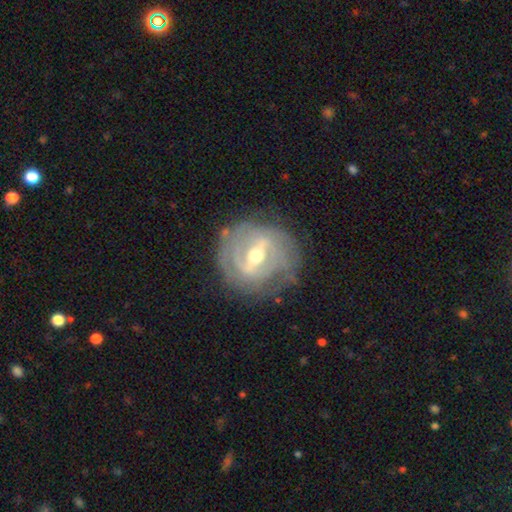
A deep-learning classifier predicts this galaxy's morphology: smooth_or_featured: featured or disk (p=0.85) [alt: smooth p=0.10]
disk_edge_on: no (p=0.94) [alt: yes p=0.06]
bar: strong (p=0.58) [alt: weak p=0.33]
has_spiral_arms: yes (p=0.83) [alt: no p=0.17]
spiral_winding: tight (p=0.66) [alt: medium p=0.25]
spiral_arm_count: can't tell (p=0.37) [alt: 2 p=0.35]
bulge_size: moderate (p=0.68) [alt: small p=0.26]
merging: none (p=0.75) [alt: minor disturbance p=0.16]